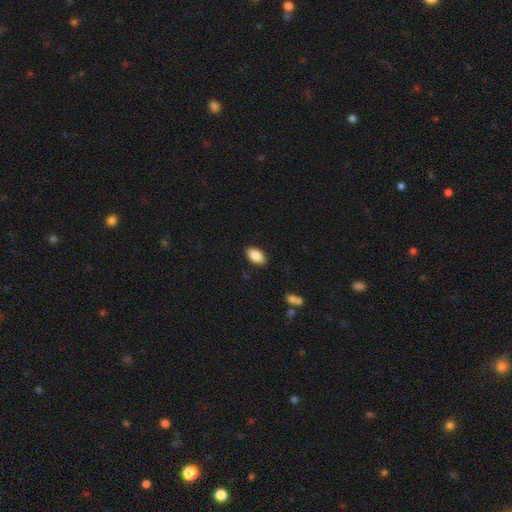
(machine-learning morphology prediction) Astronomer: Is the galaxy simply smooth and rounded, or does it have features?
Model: smooth — 89%.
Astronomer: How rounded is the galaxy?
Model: in between — 93%.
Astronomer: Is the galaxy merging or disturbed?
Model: none — 88%.